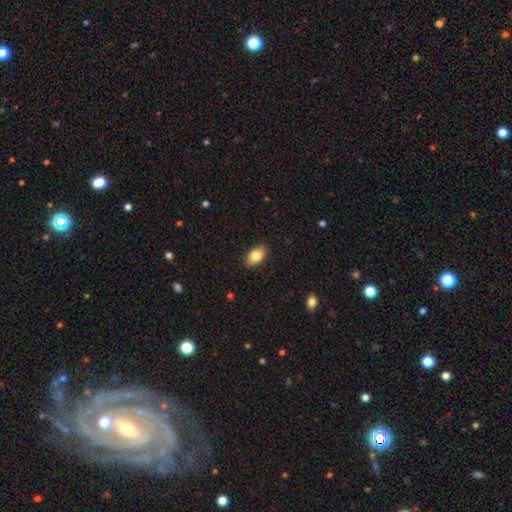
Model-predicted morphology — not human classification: Overall: smooth (85%). How rounded: in between (91%). Merging: none (88%).